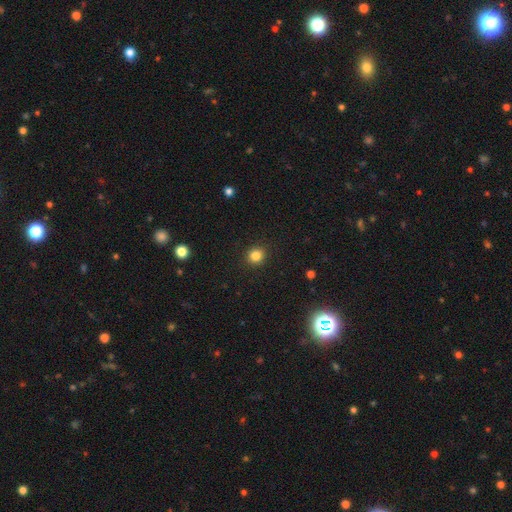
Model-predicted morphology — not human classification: smooth_or_featured: smooth (p=0.84) [alt: star or artifact p=0.12]
how_rounded: round (p=0.89) [alt: in between p=0.10]
merging: none (p=0.92) [alt: minor disturbance p=0.05]